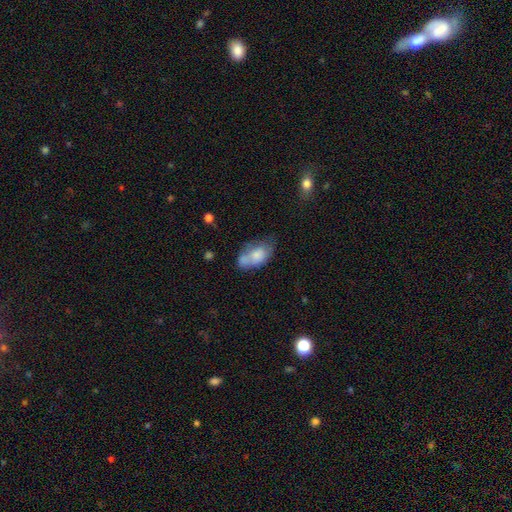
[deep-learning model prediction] Smooth or featured?
  - smooth: 70% *
  - featured or disk: 22%
  - star or artifact: 8%
How rounded?
  - in between: 90% *
  - round: 6%
  - cigar-shaped: 4%
Merging?
  - none: 37% *
  - minor disturbance: 28%
  - merger: 22%
  - major disturbance: 13%